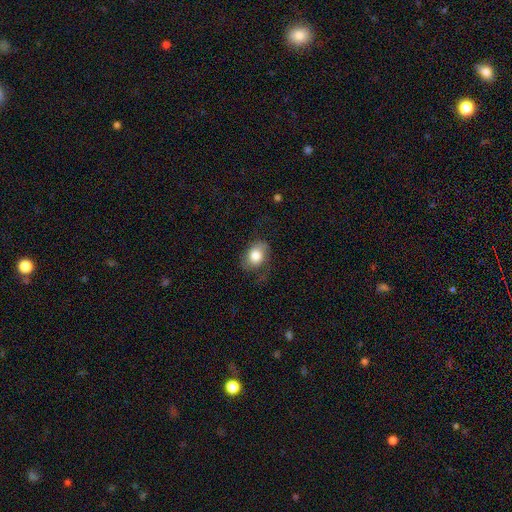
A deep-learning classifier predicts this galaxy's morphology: The model was most divided on "merging": none: 54%, minor disturbance: 27%, major disturbance: 18%, merger: 2%. More confident: smooth or featured — smooth (75%); how rounded — in between (69%).